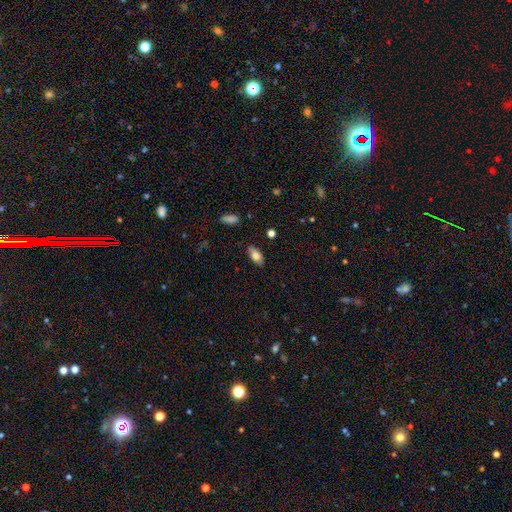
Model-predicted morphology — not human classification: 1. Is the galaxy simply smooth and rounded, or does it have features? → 77% smooth, 15% featured or disk, 8% star or artifact.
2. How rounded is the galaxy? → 88% in between, 9% cigar-shaped, 3% round.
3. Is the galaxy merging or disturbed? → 84% none, 12% minor disturbance, 2% major disturbance, 1% merger.